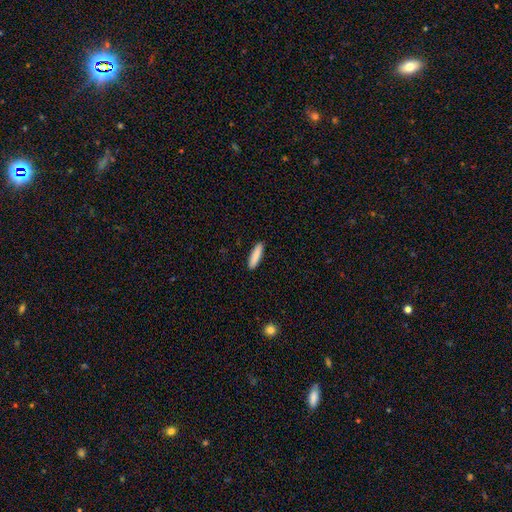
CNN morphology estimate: A smooth galaxy with no disk features (88%) that is cigar-shaped (76%).

Vote fractions:
- Smooth or featured? smooth: 88% / featured or disk: 7% / star or artifact: 6%
- How rounded? cigar-shaped: 76% / in between: 23% / round: 1%
- Merging? none: 92% / minor disturbance: 6% / major disturbance: 1% / merger: 1%